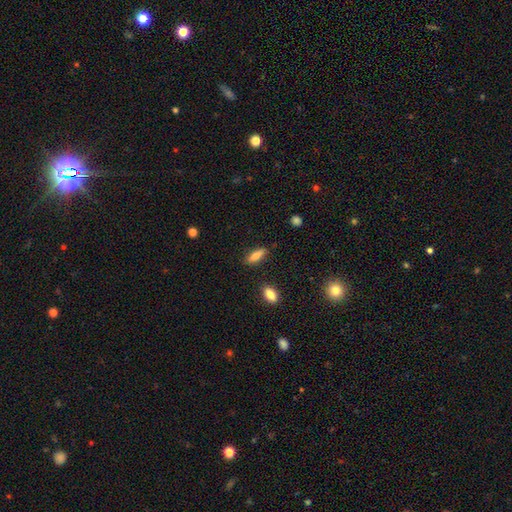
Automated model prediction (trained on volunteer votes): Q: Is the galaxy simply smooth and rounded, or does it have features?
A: smooth — 71%.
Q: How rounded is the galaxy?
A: in between — 53%.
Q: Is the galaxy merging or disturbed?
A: none — 83%.